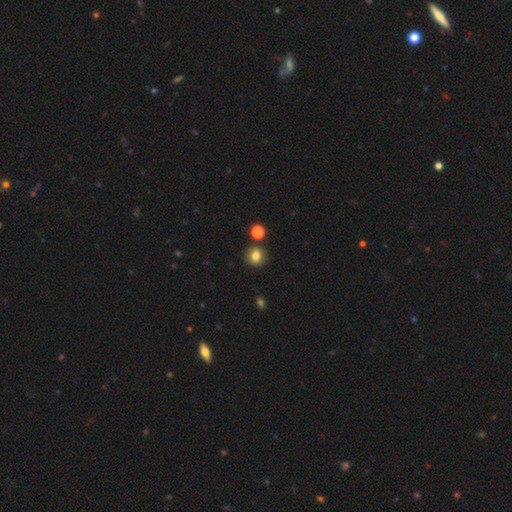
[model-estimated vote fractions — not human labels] Morphology: type=smooth (79%); roundness=round (78%); merging=none (80%).